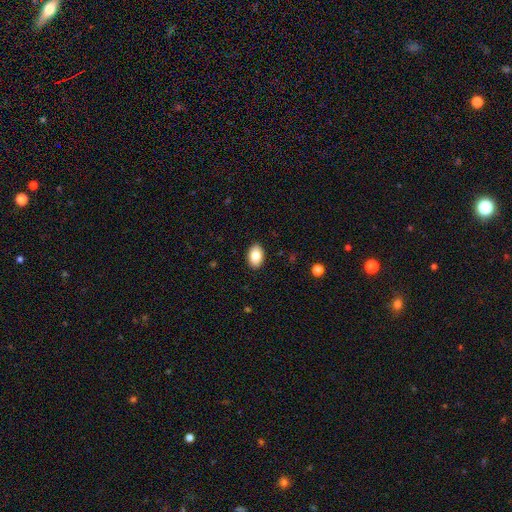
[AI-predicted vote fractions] A smooth galaxy with no disk features (85%) that is in between round and cigar-shaped (89%).

Vote fractions:
- Smooth or featured? smooth: 85% / featured or disk: 8% / star or artifact: 7%
- How rounded? in between: 89% / round: 10% / cigar-shaped: 1%
- Merging? none: 90% / minor disturbance: 7% / major disturbance: 2% / merger: 1%